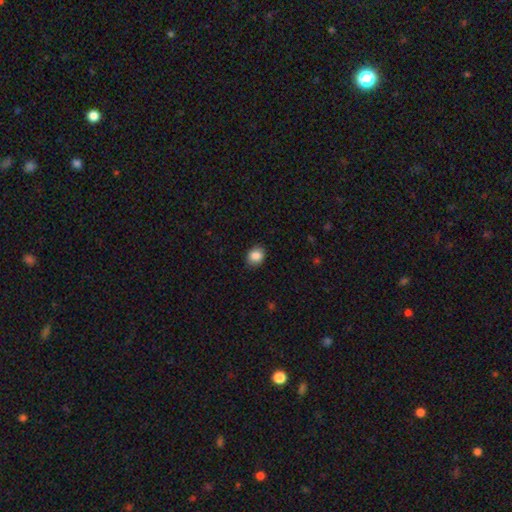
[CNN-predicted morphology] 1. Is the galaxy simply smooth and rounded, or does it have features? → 87% smooth, 9% star or artifact, 4% featured or disk.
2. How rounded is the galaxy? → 57% round, 42% in between, 1% cigar-shaped.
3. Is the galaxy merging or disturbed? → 87% none, 9% minor disturbance, 2% major disturbance, 1% merger.